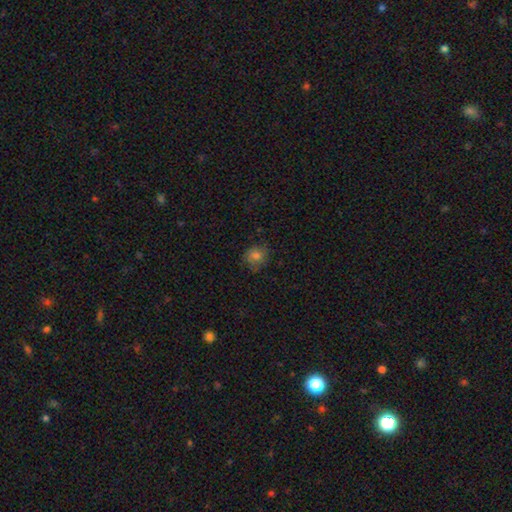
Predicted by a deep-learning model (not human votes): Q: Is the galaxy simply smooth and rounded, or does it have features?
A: smooth — 76%.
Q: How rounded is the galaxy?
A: round — 75%.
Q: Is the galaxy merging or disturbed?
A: none — 76%.